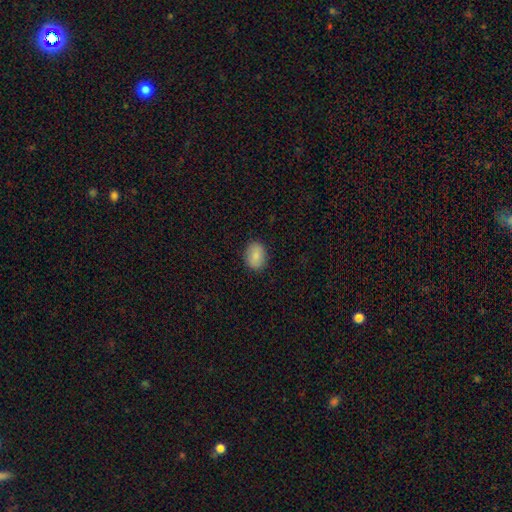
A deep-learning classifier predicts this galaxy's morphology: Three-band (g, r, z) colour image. It shows a smooth galaxy with no disk features (86%) that is in between round and cigar-shaped (69%). Merging: none (88%).